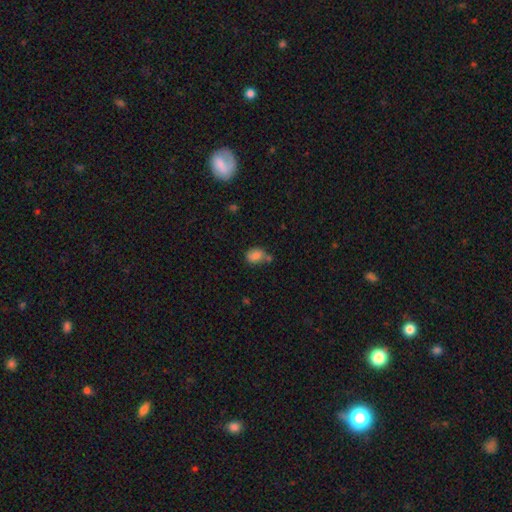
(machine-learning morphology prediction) Q: Smooth or featured?
A: smooth (82%); runner-up: star or artifact (11%)
Q: How rounded?
A: in between (64%); runner-up: round (35%)
Q: Merging?
A: none (50%); runner-up: merger (23%)